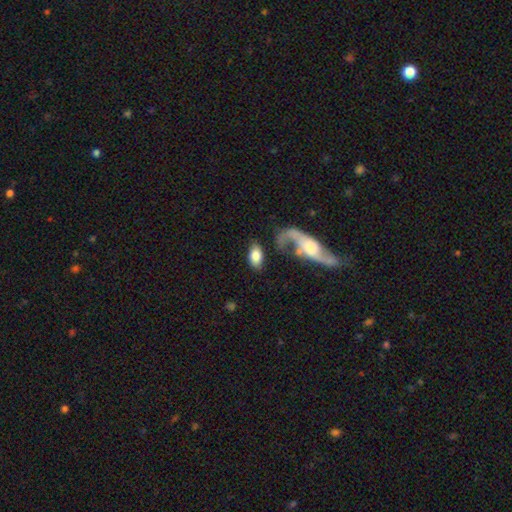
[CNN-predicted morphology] smooth-or-featured: smooth: 73% | featured or disk: 22% | star or artifact: 6%
  how-rounded: in between: 93% | round: 5% | cigar-shaped: 3%
  merging: none: 61% | merger: 14% | minor disturbance: 14% | major disturbance: 11%